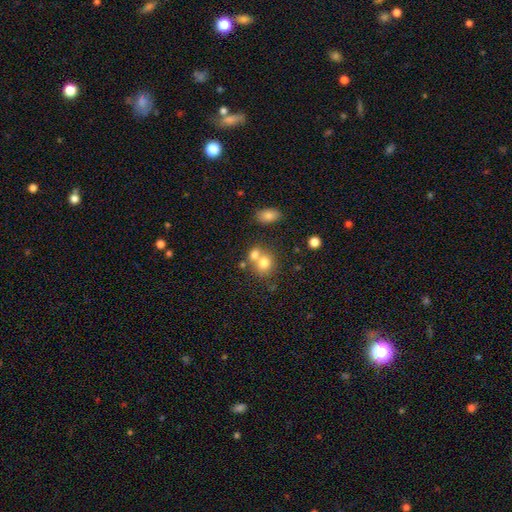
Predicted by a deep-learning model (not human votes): Morphology: type=smooth (73%); roundness=round (66%); merging=merger (50%).